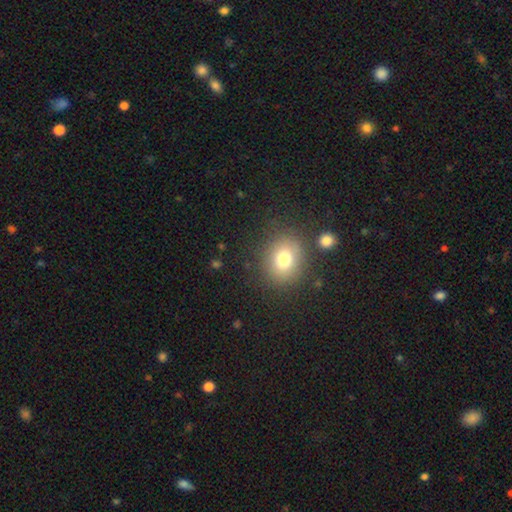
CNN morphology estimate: Smooth or featured? Predicted: smooth (p=0.67). How rounded? Predicted: round (p=0.73). Merging? Predicted: none (p=0.87).